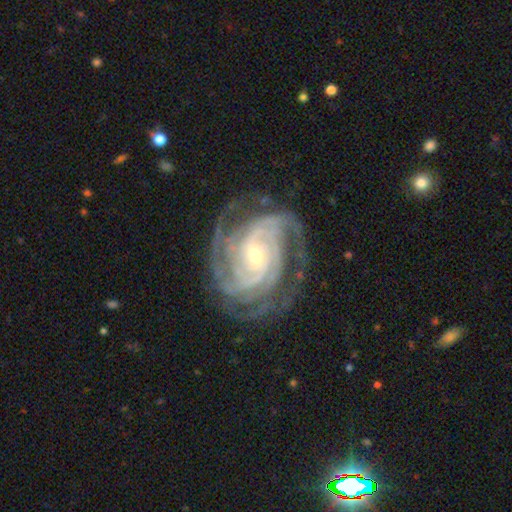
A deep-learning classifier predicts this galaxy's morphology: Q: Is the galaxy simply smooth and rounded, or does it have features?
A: featured or disk — 93%.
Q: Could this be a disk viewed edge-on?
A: no — 98%.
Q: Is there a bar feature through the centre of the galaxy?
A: no — 52%.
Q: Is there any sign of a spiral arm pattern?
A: yes — 99%.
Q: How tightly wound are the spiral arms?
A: tight — 73%.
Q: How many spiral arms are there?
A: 4 — 30%.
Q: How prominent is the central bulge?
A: small — 67%.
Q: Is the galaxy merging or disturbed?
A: none — 76%.